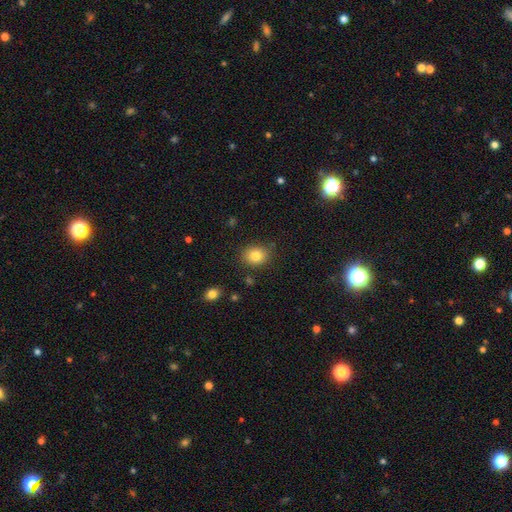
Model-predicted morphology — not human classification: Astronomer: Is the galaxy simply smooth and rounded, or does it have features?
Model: smooth — 82%.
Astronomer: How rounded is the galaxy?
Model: round — 59% (runner-up: in between, 40%).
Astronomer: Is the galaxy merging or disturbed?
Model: none — 84%.